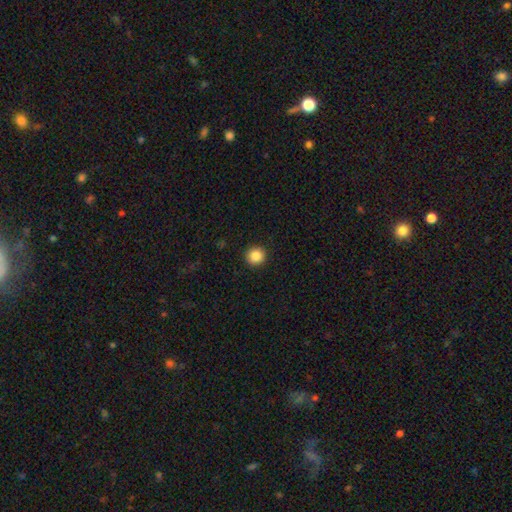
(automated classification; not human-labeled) Smooth or featured: smooth — 86% (star or artifact — 10%)
How rounded: round — 94% (in between — 5%)
Merging: none — 93% (minor disturbance — 4%)